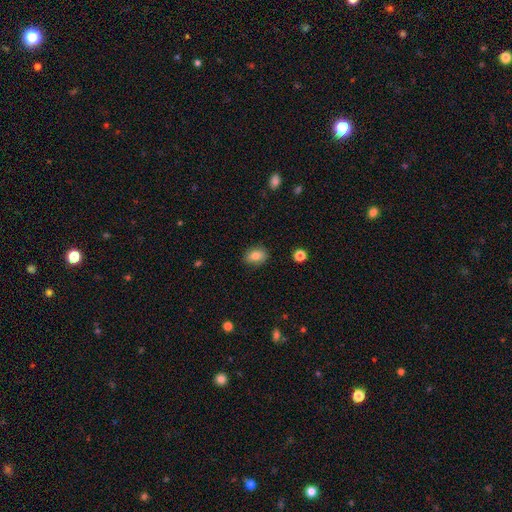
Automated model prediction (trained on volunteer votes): Smooth or featured? Predicted: smooth (p=0.80). How rounded? Predicted: in between (p=0.73). Merging? Predicted: none (p=0.84).